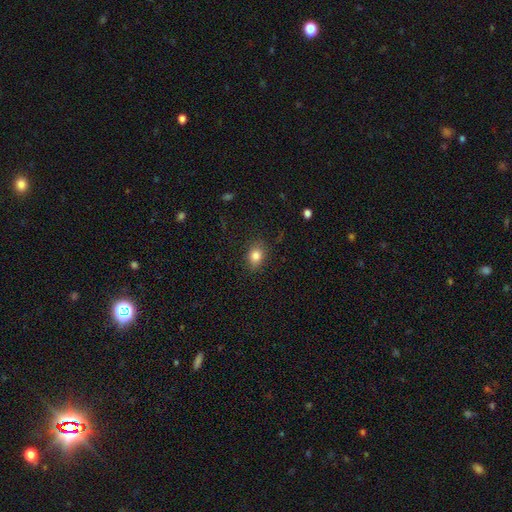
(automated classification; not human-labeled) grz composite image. It shows a smooth galaxy with no disk features (83%) that is in between round and cigar-shaped (60%). Merging: none (85%).